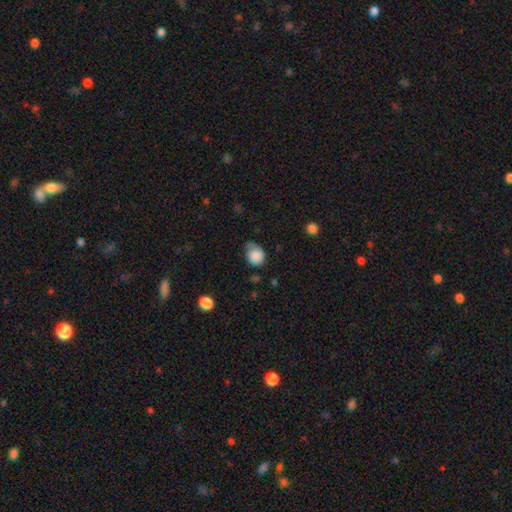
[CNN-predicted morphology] Smooth or featured?
  - smooth: 83% *
  - featured or disk: 9%
  - star or artifact: 8%
How rounded?
  - round: 57% *
  - in between: 42%
  - cigar-shaped: 1%
Merging?
  - minor disturbance: 41% *
  - none: 40%
  - major disturbance: 16%
  - merger: 3%